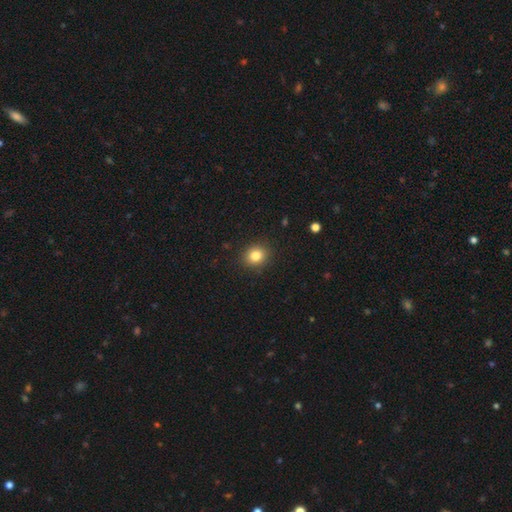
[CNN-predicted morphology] type=smooth (82%); roundness=round (72%); merging=none (90%).